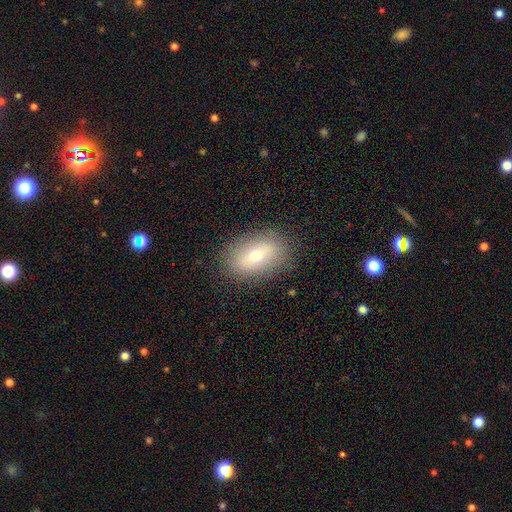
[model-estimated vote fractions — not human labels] Smooth or featured: smooth — 68% (featured or disk — 23%)
How rounded: in between — 87% (round — 10%)
Merging: none — 85% (minor disturbance — 11%)